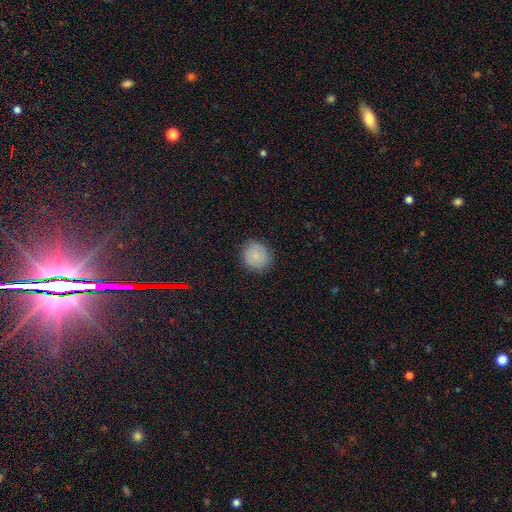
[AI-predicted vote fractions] A smooth galaxy with no disk features (82%) that is round (89%).

Vote fractions:
- Smooth or featured? smooth: 82% / featured or disk: 9% / star or artifact: 9%
- How rounded? round: 89% / in between: 10% / cigar-shaped: 1%
- Merging? none: 87% / minor disturbance: 9% / major disturbance: 2% / merger: 1%